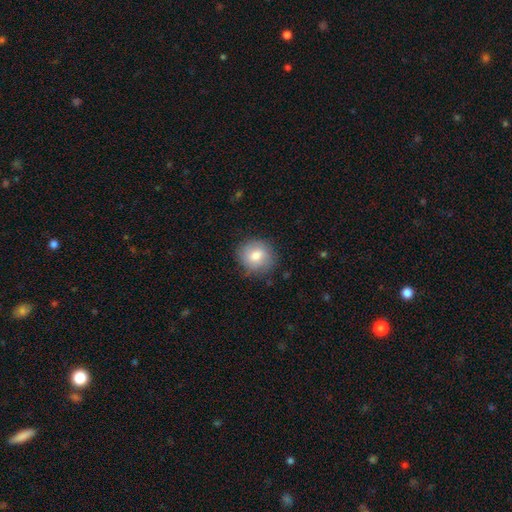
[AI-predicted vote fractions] Smooth or featured? Predicted: smooth (p=0.78). How rounded? Predicted: round (p=0.85). Merging? Predicted: none (p=0.82).